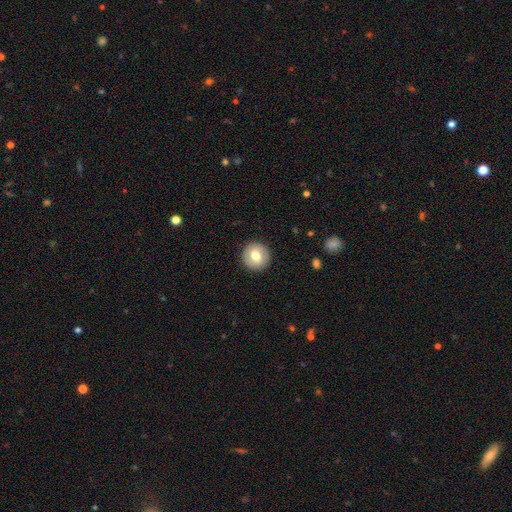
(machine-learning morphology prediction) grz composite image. It shows a smooth galaxy with no disk features (72%) that is round (94%). Merging: none (92%).